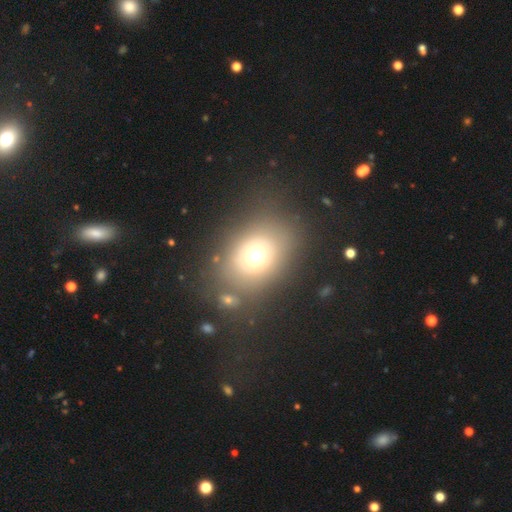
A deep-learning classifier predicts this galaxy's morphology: Smooth or featured? Predicted: smooth (p=0.61). How rounded? Predicted: in between (p=0.50). Merging? Predicted: none (p=0.73).